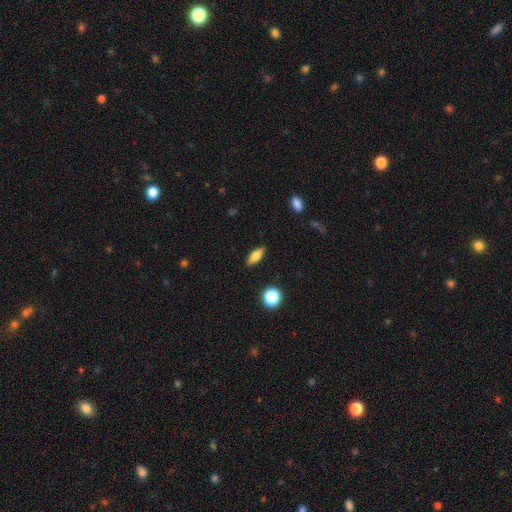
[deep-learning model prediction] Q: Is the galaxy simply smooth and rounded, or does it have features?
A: smooth — 68%.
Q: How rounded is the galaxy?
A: in between — 67%.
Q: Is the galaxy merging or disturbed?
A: none — 88%.